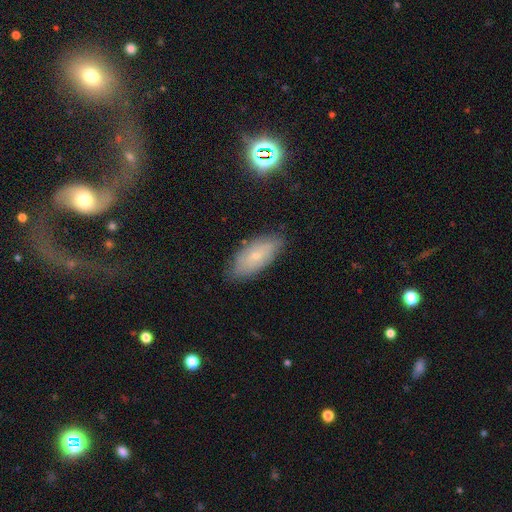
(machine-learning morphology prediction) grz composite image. It shows a smooth galaxy with no disk features (50%) that is in between round and cigar-shaped (86%). Merging: none (80%).